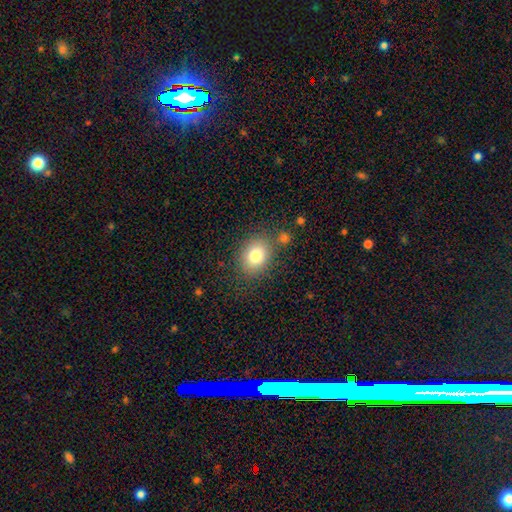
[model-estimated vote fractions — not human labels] smooth 81%, star or artifact 10%, featured or disk 10%. Down the decision tree: how rounded — in between (51%); merging — none (78%).